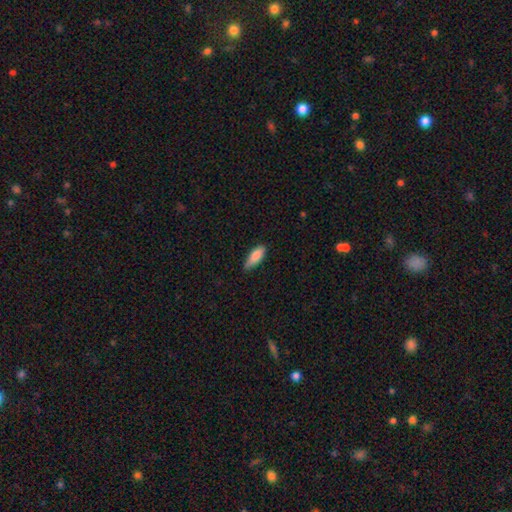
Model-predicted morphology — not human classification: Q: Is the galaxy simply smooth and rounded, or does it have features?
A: smooth — 86%.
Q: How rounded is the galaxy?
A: in between — 75%.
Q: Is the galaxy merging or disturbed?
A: none — 69%.